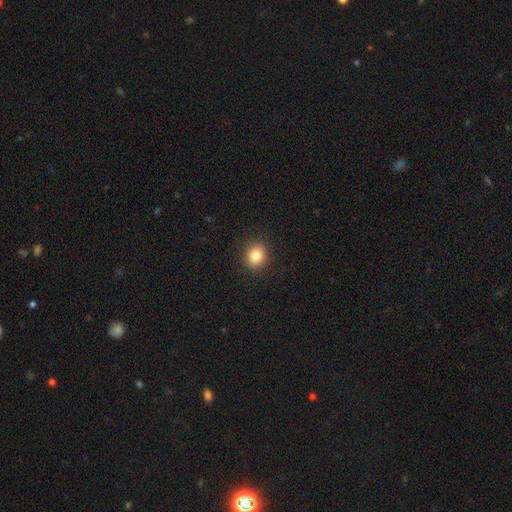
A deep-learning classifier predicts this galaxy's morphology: This is clearly a smooth galaxy (83%). How rounded: likely round (77%). Merging: clearly none (90%).